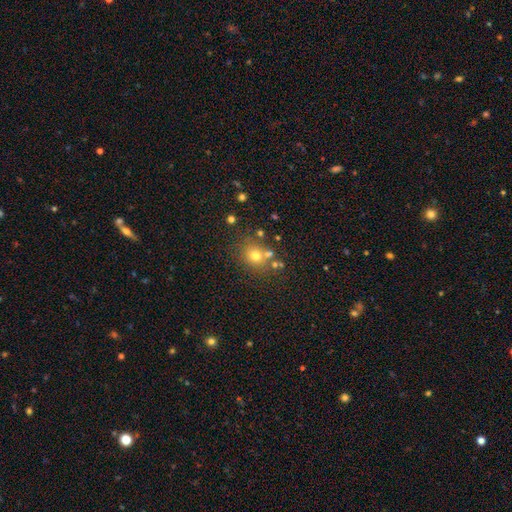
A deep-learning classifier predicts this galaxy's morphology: The model was most divided on "smooth or featured": smooth: 69%, star or artifact: 19%, featured or disk: 12%. More confident: how rounded — round (76%); merging — none (68%).